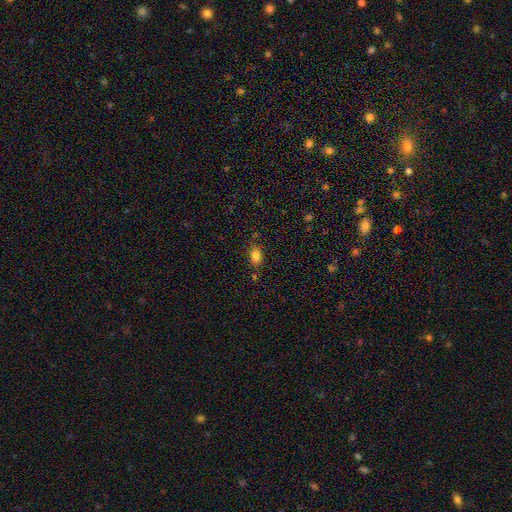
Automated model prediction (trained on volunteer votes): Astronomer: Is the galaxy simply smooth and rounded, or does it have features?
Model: smooth — 82%.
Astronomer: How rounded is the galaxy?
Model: in between — 81%.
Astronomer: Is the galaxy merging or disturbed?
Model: none — 74%.